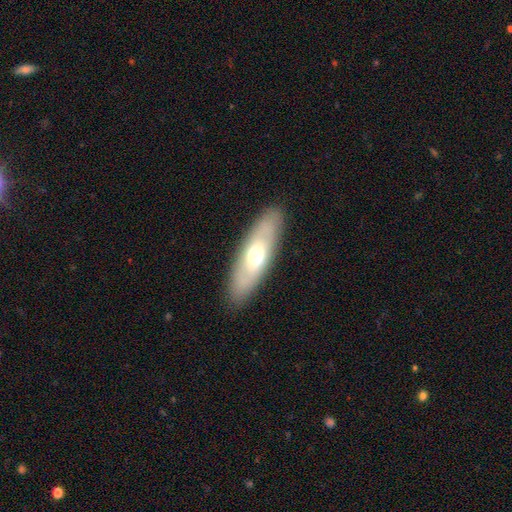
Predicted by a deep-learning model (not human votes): smooth-or-featured: smooth: 55% | featured or disk: 39% | star or artifact: 6%
  how-rounded: in between: 53% | cigar-shaped: 44% | round: 2%
  merging: none: 88% | minor disturbance: 8% | major disturbance: 2% | merger: 1%